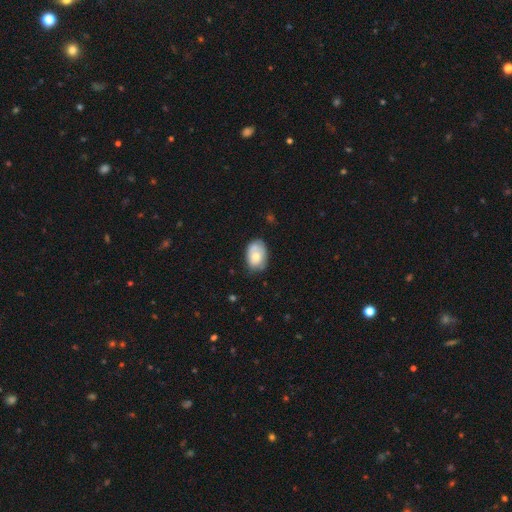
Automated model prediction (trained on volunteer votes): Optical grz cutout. It shows a smooth galaxy with no disk features (70%) that is in between round and cigar-shaped (84%). Merging: none (60%).